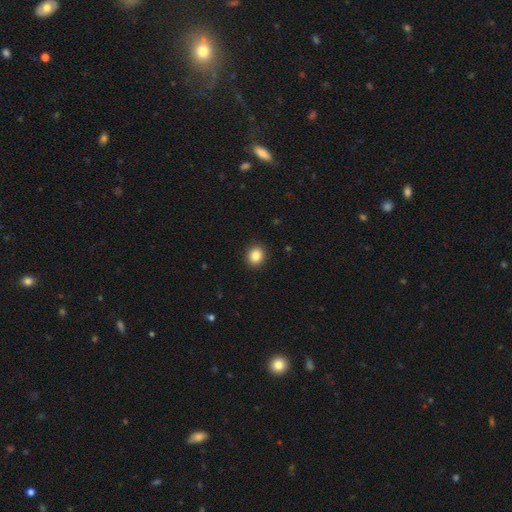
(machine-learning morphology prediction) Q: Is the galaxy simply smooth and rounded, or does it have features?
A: smooth — 86%.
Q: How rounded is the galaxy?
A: round — 80%.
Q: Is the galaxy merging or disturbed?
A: none — 91%.